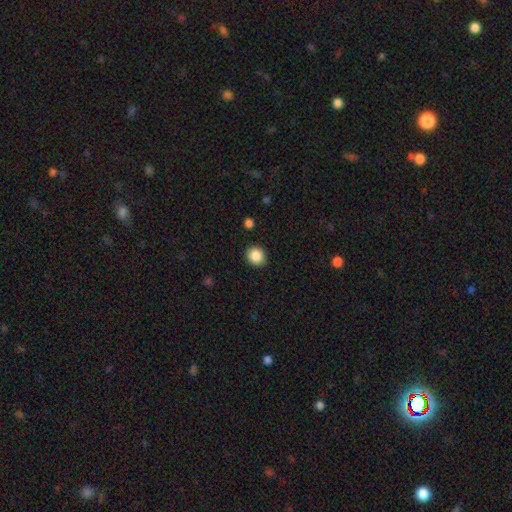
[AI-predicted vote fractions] Overall: smooth (87%). How rounded: round (88%). Merging: none (91%).